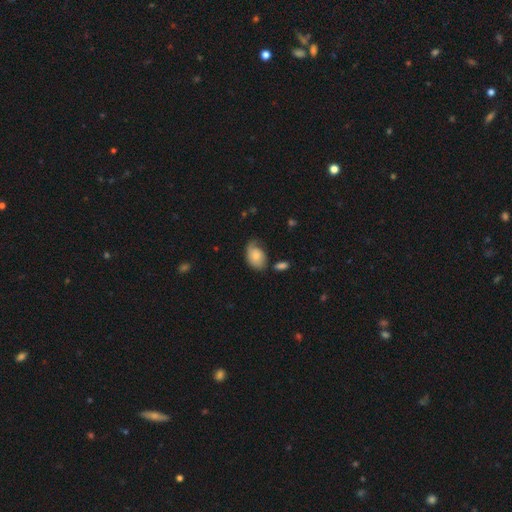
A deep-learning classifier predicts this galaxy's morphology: This is likely a smooth galaxy (67%). How rounded: clearly in between (83%). Merging: marginally none (42%).